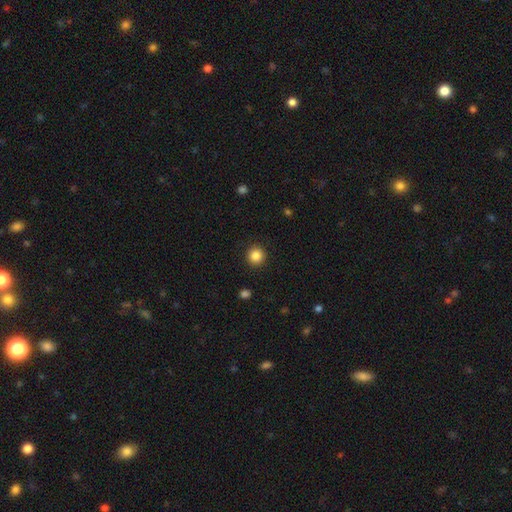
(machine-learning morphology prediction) smooth_or_featured: smooth (p=0.86) [alt: star or artifact p=0.10]
how_rounded: round (p=0.95) [alt: in between p=0.04]
merging: none (p=0.92) [alt: minor disturbance p=0.05]